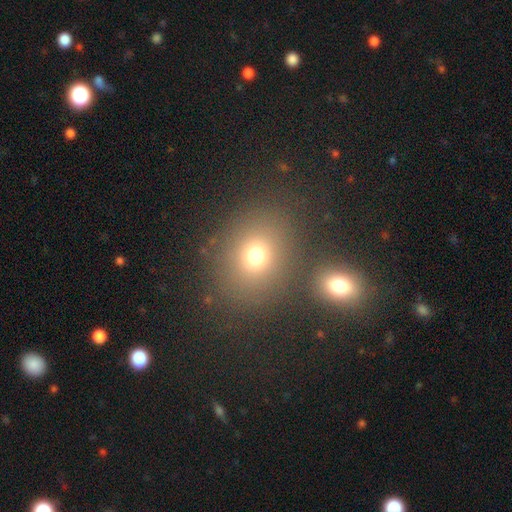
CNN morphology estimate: smooth_or_featured: smooth (p=0.72) [alt: star or artifact p=0.16]
how_rounded: round (p=0.58) [alt: in between p=0.41]
merging: none (p=0.70) [alt: merger p=0.16]